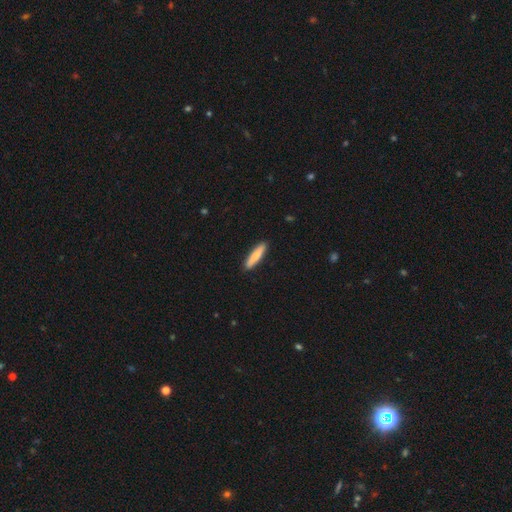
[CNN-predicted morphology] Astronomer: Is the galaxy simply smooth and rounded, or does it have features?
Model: smooth — 81%.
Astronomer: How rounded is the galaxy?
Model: cigar-shaped — 86%.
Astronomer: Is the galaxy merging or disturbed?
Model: none — 90%.